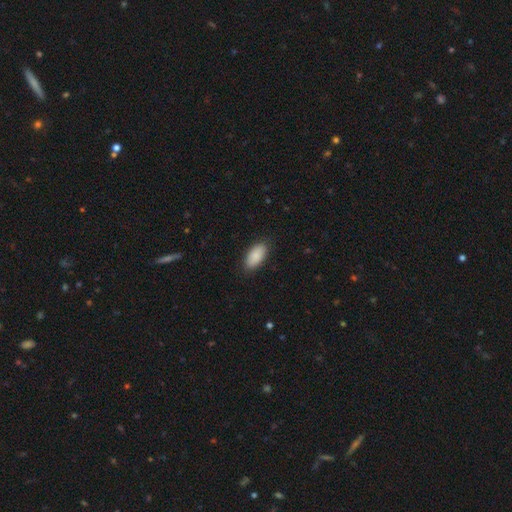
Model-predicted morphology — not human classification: A smooth galaxy with no disk features (89%) that is in between round and cigar-shaped (92%). Merging: none (86%).